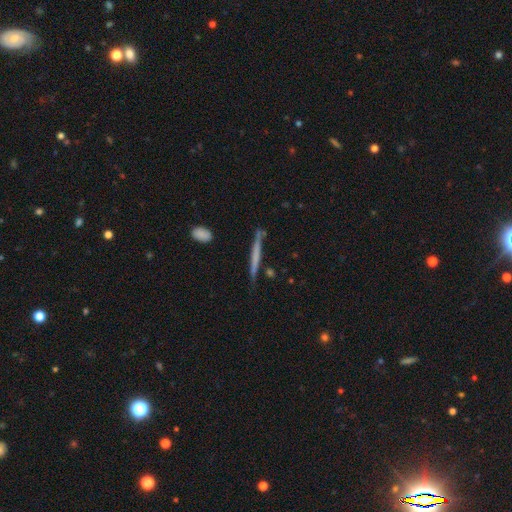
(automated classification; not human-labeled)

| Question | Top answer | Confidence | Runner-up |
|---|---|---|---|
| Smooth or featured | smooth | 48% | featured or disk (46%) |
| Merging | none | 80% | minor disturbance (13%) |